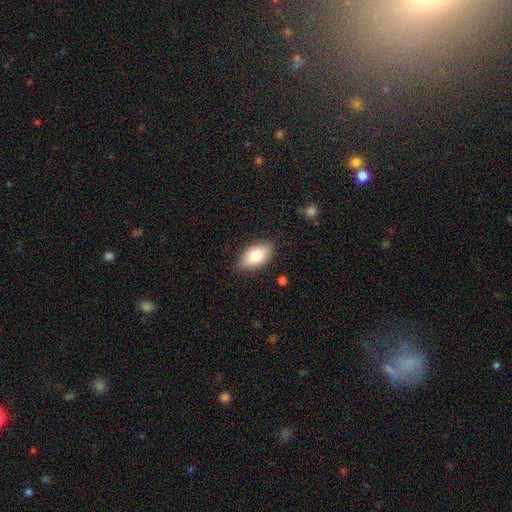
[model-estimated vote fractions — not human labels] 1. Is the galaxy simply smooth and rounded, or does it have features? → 82% smooth, 11% featured or disk, 7% star or artifact.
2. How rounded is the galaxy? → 93% in between, 5% round, 2% cigar-shaped.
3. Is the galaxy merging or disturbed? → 83% none, 13% minor disturbance, 3% major disturbance, 1% merger.